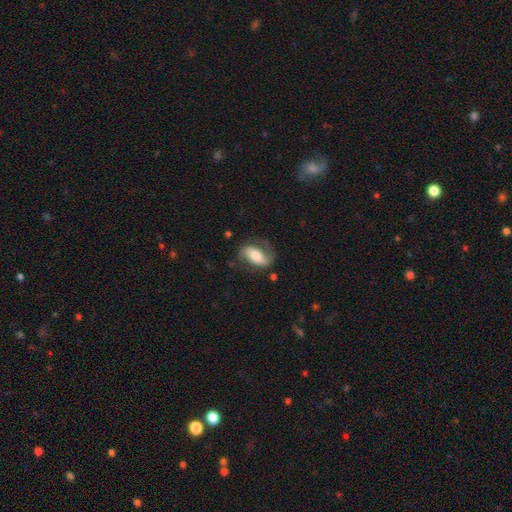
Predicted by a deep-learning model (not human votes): Smooth or featured: featured or disk — 56% (smooth — 37%)
Edge-on disk: no — 92% (yes — 8%)
Bar: strong — 37% (no — 33%)
Spiral arms: yes — 85% (no — 15%)
Bulge size: moderate — 50% (small — 24%)
Merging: none — 60% (minor disturbance — 22%)